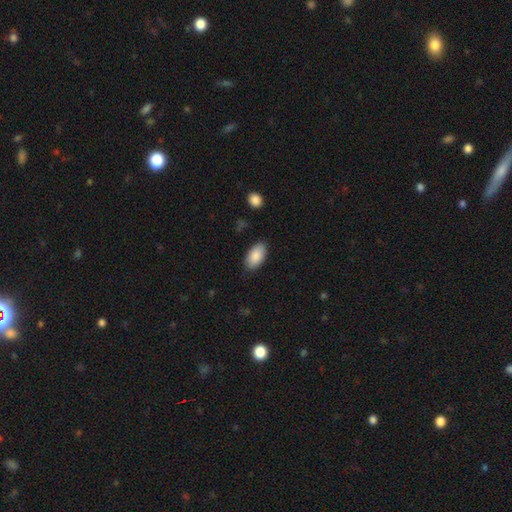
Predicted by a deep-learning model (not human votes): Morphology: type=smooth (88%); roundness=in between (95%); merging=none (85%).